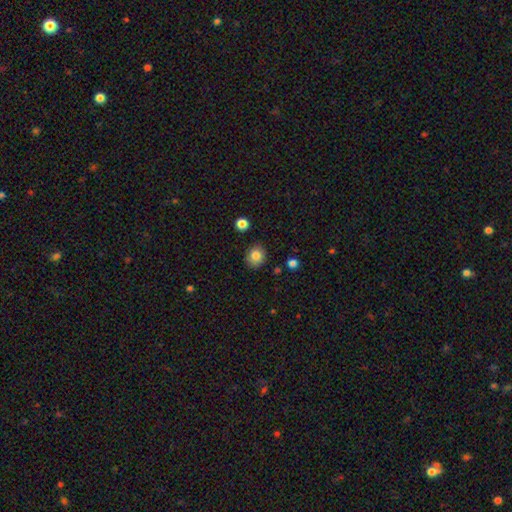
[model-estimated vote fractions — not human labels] The model was most divided on "how rounded": round: 70%, in between: 29%, cigar-shaped: 1%. More confident: merging — none (86%); smooth or featured — smooth (84%).